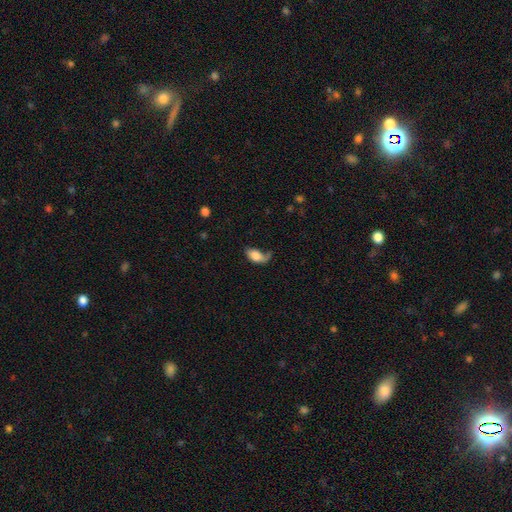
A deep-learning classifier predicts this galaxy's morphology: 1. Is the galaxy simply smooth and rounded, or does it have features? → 74% smooth, 18% featured or disk, 7% star or artifact.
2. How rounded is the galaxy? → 91% in between, 6% round, 3% cigar-shaped.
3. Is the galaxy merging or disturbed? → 34% major disturbance, 30% none, 30% minor disturbance, 6% merger.